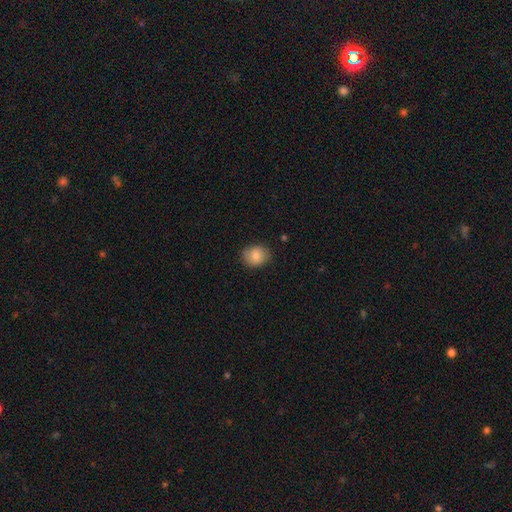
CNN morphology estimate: This is clearly a smooth galaxy (83%). How rounded: possibly round (60%). Merging: clearly none (85%).